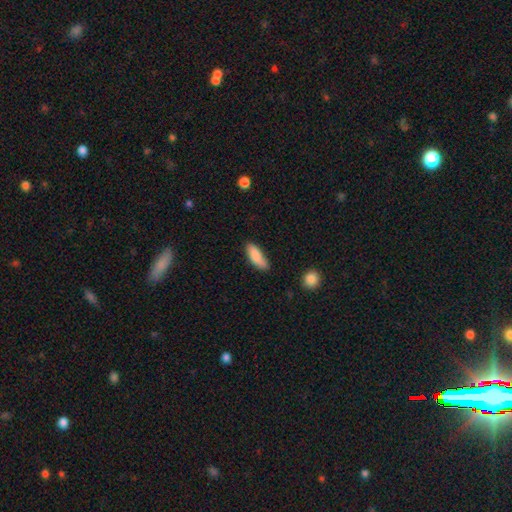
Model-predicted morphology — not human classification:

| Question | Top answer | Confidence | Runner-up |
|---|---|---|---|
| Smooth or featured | smooth | 85% | featured or disk (9%) |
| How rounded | in between | 65% | cigar-shaped (33%) |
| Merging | none | 70% | minor disturbance (23%) |